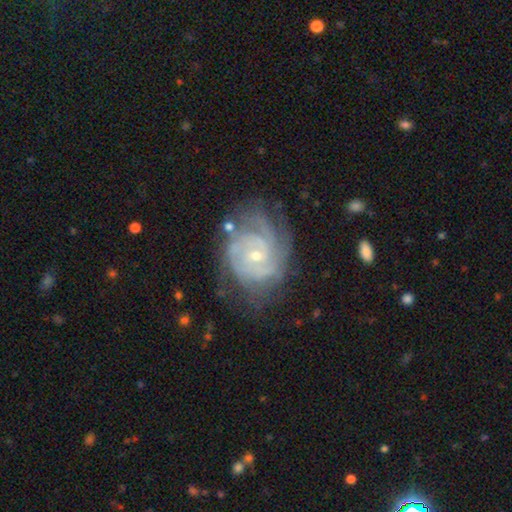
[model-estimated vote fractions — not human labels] A featured or disk galaxy (86%) with no bar (65%), tight (69%) spiral arms (95%) and a small central bulge (67%). Merging: none (61%).